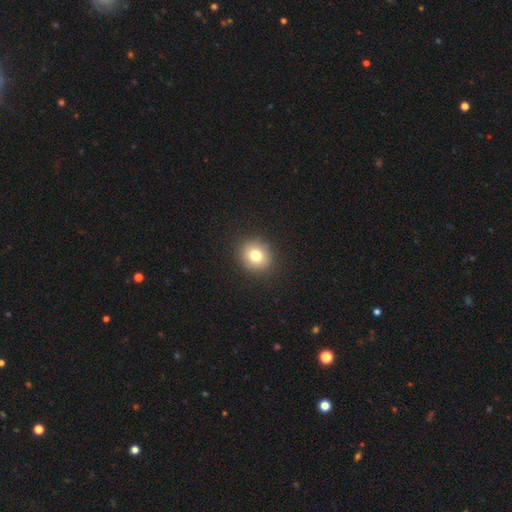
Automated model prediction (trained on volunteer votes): Smooth or featured?
  - smooth: 79% *
  - star or artifact: 12%
  - featured or disk: 10%
How rounded?
  - round: 82% *
  - in between: 17%
  - cigar-shaped: 1%
Merging?
  - none: 91% *
  - minor disturbance: 6%
  - major disturbance: 2%
  - merger: 1%